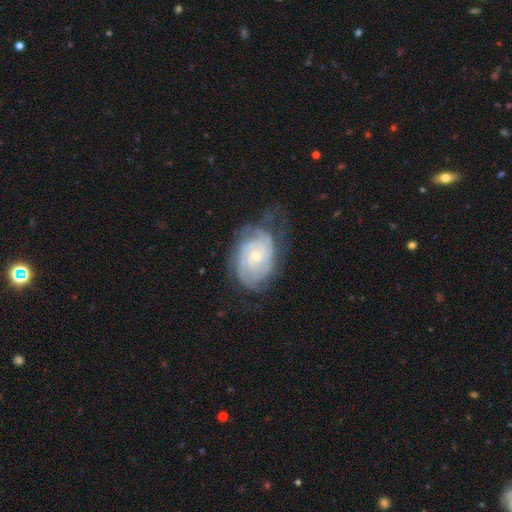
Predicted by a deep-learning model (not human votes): A featured or disk galaxy (84%) with no bar (73%), tight (75%) spiral arms (96%) and a small central bulge (63%).

Vote fractions:
- Smooth or featured? featured or disk: 84% / smooth: 11% / star or artifact: 6%
- Edge-on disk? no: 97% / yes: 3%
- Bar? no: 73% / weak: 23% / strong: 4%
- Spiral arms? yes: 96% / no: 4%
- Spiral winding? tight: 75% / medium: 21% / loose: 5%
- Spiral arm count? can't tell: 37% / 2: 22% / 3: 18% / 4: 13% / more than 4: 6% / 1: 5%
- Bulge size? small: 63% / moderate: 33% / none: 2% / large: 2% / dominant: 1%
- Merging? none: 62% / minor disturbance: 24% / major disturbance: 13% / merger: 1%